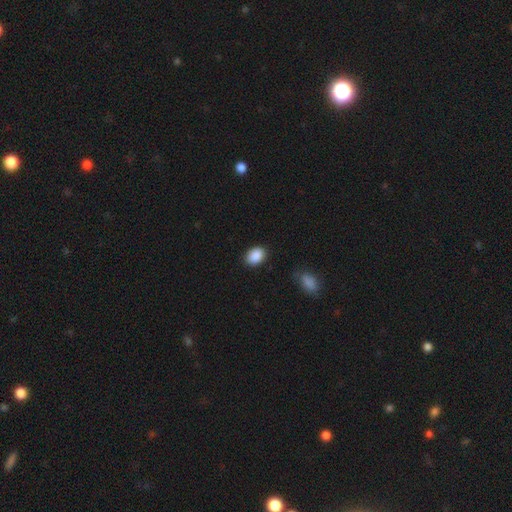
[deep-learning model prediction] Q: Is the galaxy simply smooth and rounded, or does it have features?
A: smooth — 89%.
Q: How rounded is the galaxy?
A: in between — 75%.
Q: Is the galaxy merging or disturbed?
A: none — 85%.